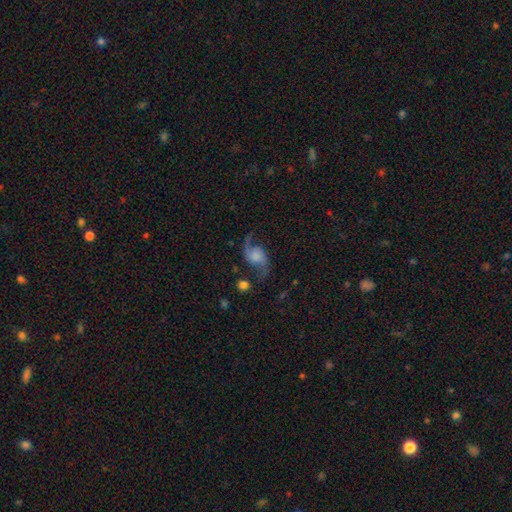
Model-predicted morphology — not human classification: Smooth or featured?
  - featured or disk: 83% *
  - smooth: 10%
  - star or artifact: 7%
Edge-on disk?
  - no: 97% *
  - yes: 3%
Bar?
  - no: 67% *
  - weak: 27%
  - strong: 7%
Spiral arms?
  - yes: 96% *
  - no: 4%
Spiral winding?
  - loose: 82% *
  - medium: 15%
  - tight: 3%
Spiral arm count?
  - 2: 93% *
  - 1: 2%
  - can't tell: 1%
  - 3: 1%
  - 4: 1%
  - more than 4: 1%
Bulge size?
  - none: 29% *
  - large: 23%
  - moderate: 20%
  - small: 20%
  - dominant: 9%
Merging?
  - none: 70% *
  - minor disturbance: 15%
  - major disturbance: 11%
  - merger: 4%